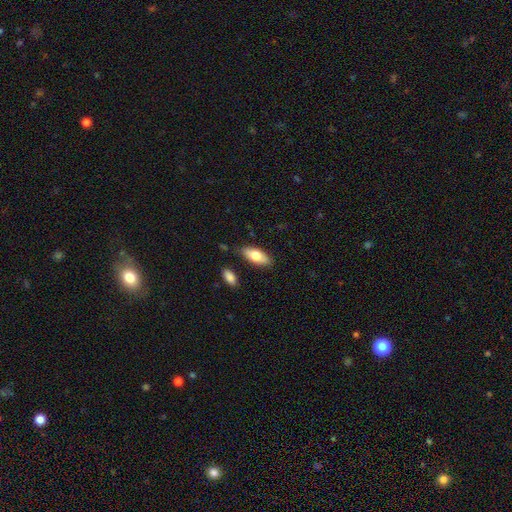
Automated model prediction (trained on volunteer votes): A smooth galaxy with no disk features (73%) that is in between round and cigar-shaped (83%).

Vote fractions:
- Smooth or featured? smooth: 73% / featured or disk: 21% / star or artifact: 6%
- How rounded? in between: 83% / cigar-shaped: 15% / round: 2%
- Merging? none: 82% / minor disturbance: 12% / merger: 3% / major disturbance: 3%